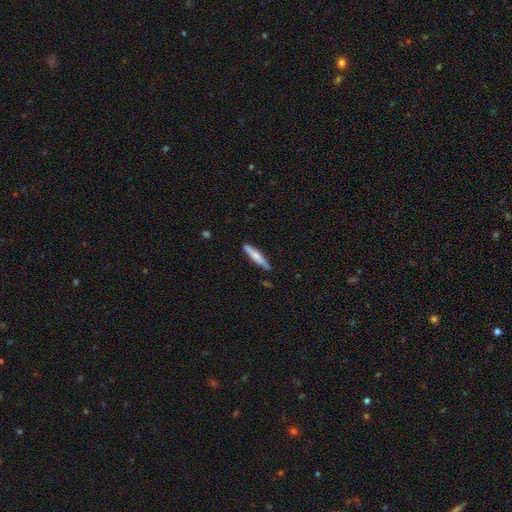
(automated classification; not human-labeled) Smooth or featured? smooth (64%)
How rounded? cigar-shaped (90%)
Merging? none (84%)